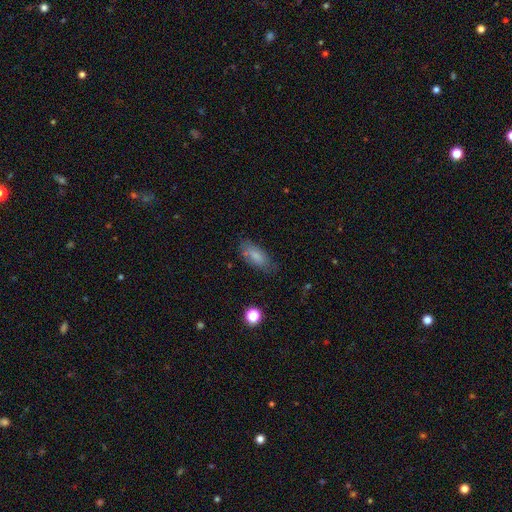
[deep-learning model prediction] The model was most divided on "merging": none: 71%, minor disturbance: 21%, major disturbance: 5%, merger: 3%. More confident: how rounded — in between (84%); smooth or featured — smooth (74%).